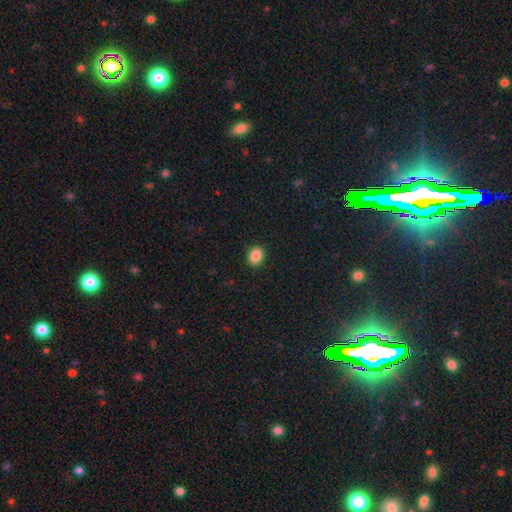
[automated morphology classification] smooth-or-featured: smooth: 87% | star or artifact: 9% | featured or disk: 4%
  how-rounded: in between: 54% | round: 45% | cigar-shaped: 1%
  merging: none: 91% | minor disturbance: 6% | major disturbance: 2% | merger: 1%